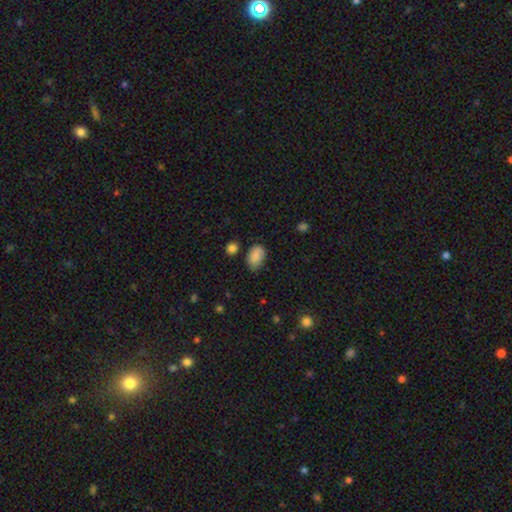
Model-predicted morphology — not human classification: smooth-or-featured: smooth: 87% | star or artifact: 8% | featured or disk: 5%
  how-rounded: in between: 89% | round: 10% | cigar-shaped: 1%
  merging: none: 67% | minor disturbance: 25% | major disturbance: 5% | merger: 3%